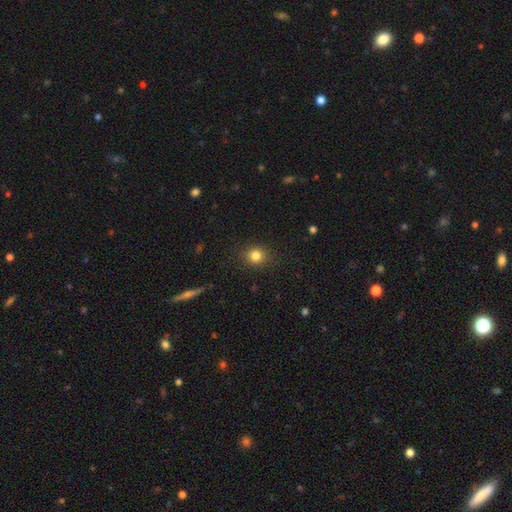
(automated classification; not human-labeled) smooth-or-featured: smooth: 82% | star or artifact: 12% | featured or disk: 6%
  how-rounded: round: 83% | in between: 16% | cigar-shaped: 1%
  merging: none: 88% | minor disturbance: 8% | major disturbance: 3% | merger: 1%